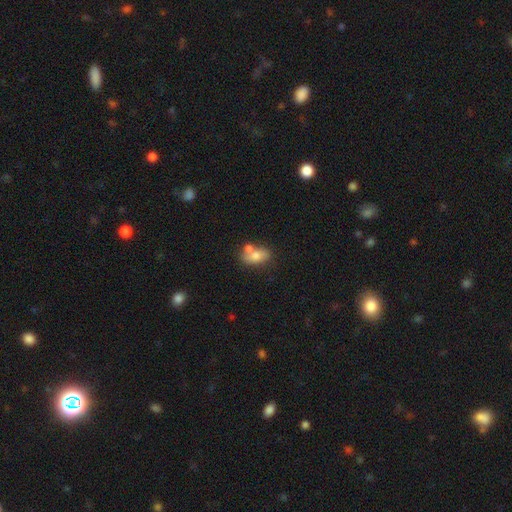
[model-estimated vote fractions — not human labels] Morphology: type=smooth (72%); roundness=in between (82%); merging=none (42%).